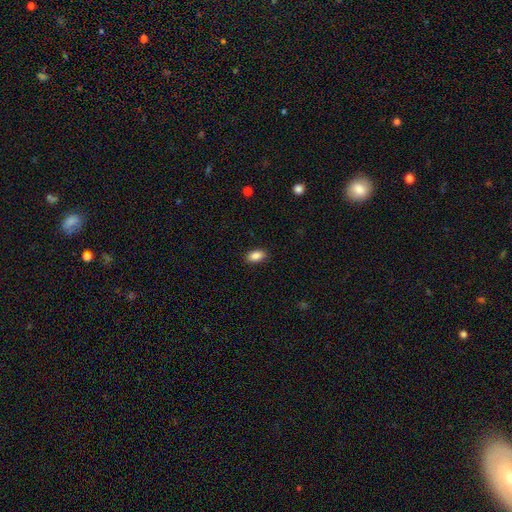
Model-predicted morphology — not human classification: The model was most divided on "smooth or featured": smooth: 88%, star or artifact: 8%, featured or disk: 4%. More confident: how rounded — in between (92%); merging — none (89%).